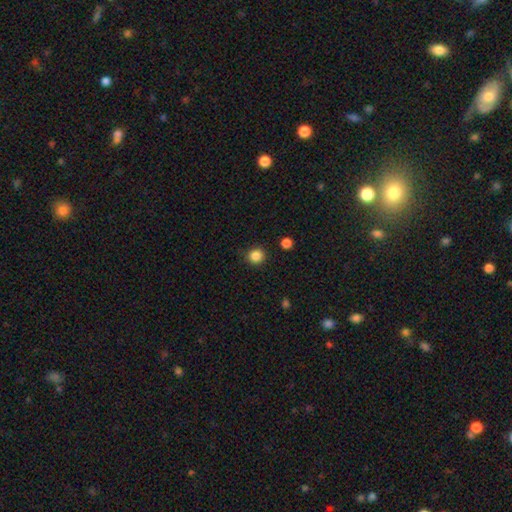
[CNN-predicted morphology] Smooth or featured?
  - smooth: 86% *
  - star or artifact: 11%
  - featured or disk: 3%
How rounded?
  - round: 91% *
  - in between: 8%
  - cigar-shaped: 1%
Merging?
  - none: 89% *
  - minor disturbance: 7%
  - major disturbance: 2%
  - merger: 2%